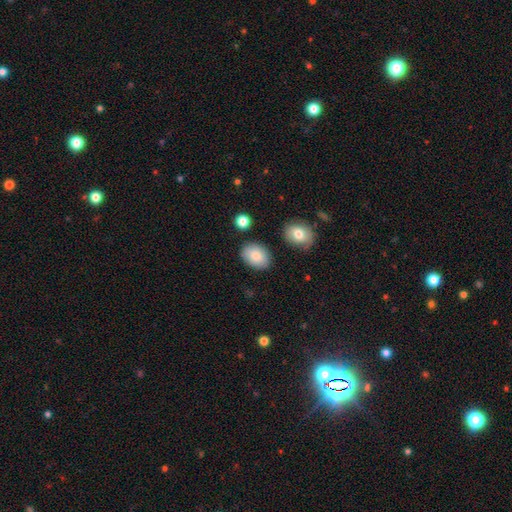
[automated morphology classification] Overall: smooth (84%). How rounded: in between (79%). Merging: none (81%).